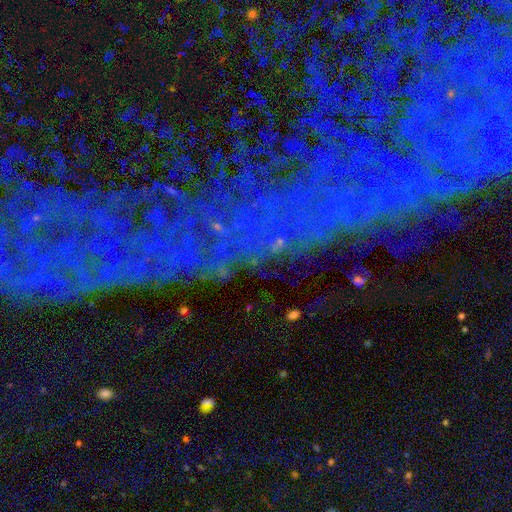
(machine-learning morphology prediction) Overall: star or artifact (72%).